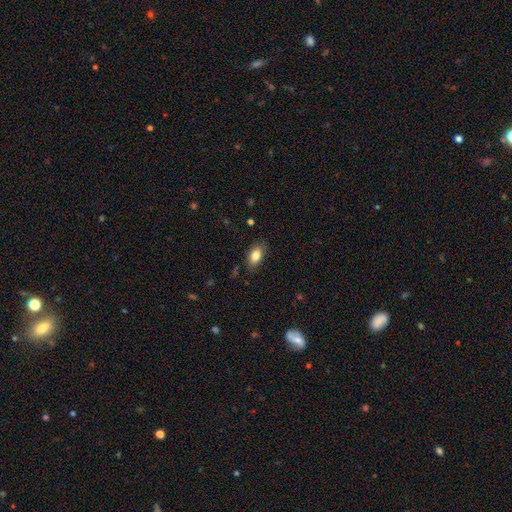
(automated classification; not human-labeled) Morphology: type=smooth (82%); roundness=in between (89%); merging=none (82%).